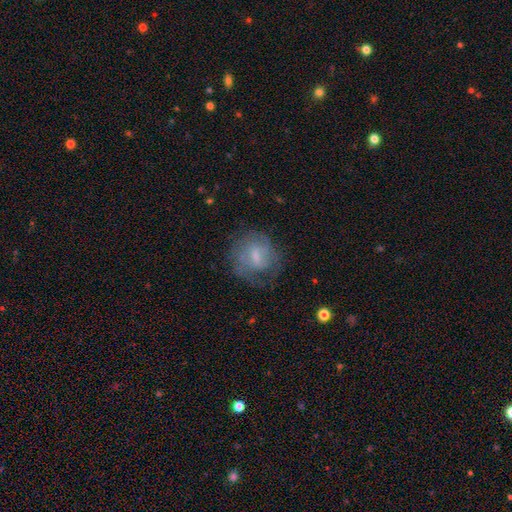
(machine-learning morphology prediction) smooth-or-featured: featured or disk: 53% | smooth: 38% | star or artifact: 9%
  disk-edge-on: no: 96% | yes: 4%
    bar: weak: 55% | no: 30% | strong: 15%
    has-spiral-arms: yes: 65% | no: 35%
    bulge-size: small: 42% | moderate: 33% | none: 20% | large: 4% | dominant: 1%
  merging: none: 55% | minor disturbance: 24% | major disturbance: 19% | merger: 2%